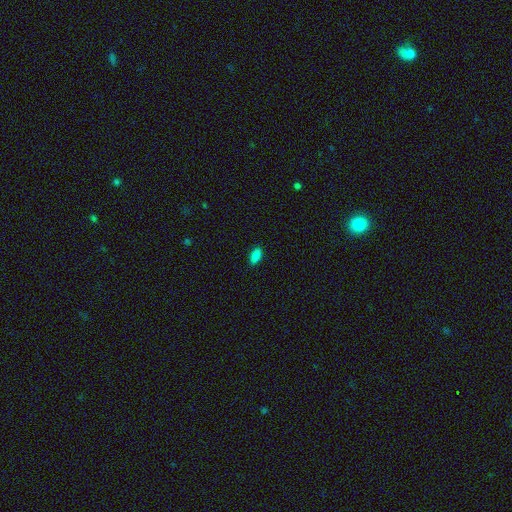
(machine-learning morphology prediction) Overall: smooth (87%). How rounded: in between (87%). Merging: none (87%).